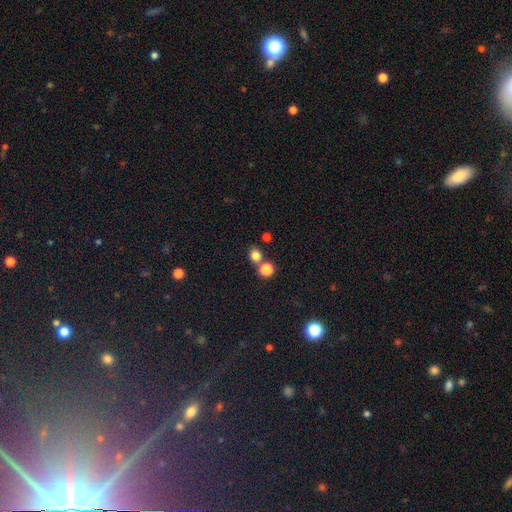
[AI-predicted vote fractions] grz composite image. It shows a smooth galaxy with no disk features (79%) that is round (74%). Merging: none (61%).